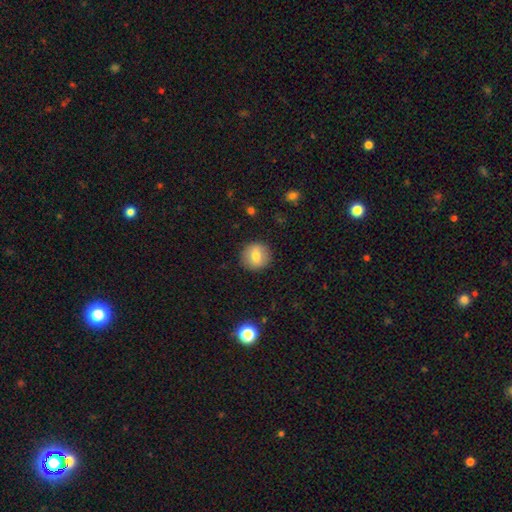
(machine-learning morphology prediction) smooth-or-featured: smooth: 75% | featured or disk: 16% | star or artifact: 9%
  how-rounded: round: 92% | in between: 7% | cigar-shaped: 1%
  merging: none: 90% | minor disturbance: 7% | major disturbance: 2% | merger: 1%